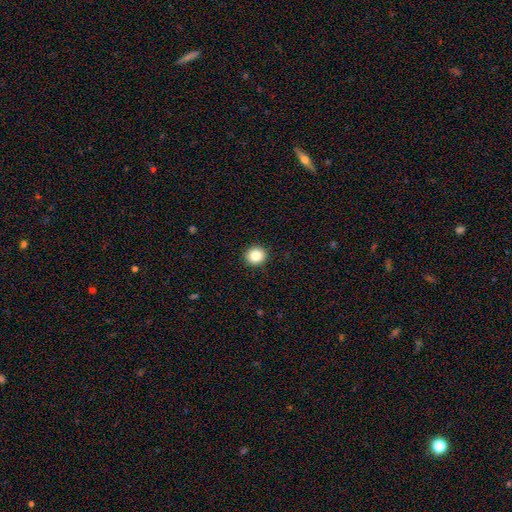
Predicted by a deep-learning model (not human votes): The model was most divided on "how rounded": round: 87%, in between: 12%, cigar-shaped: 1%. More confident: merging — none (92%); smooth or featured — smooth (85%).